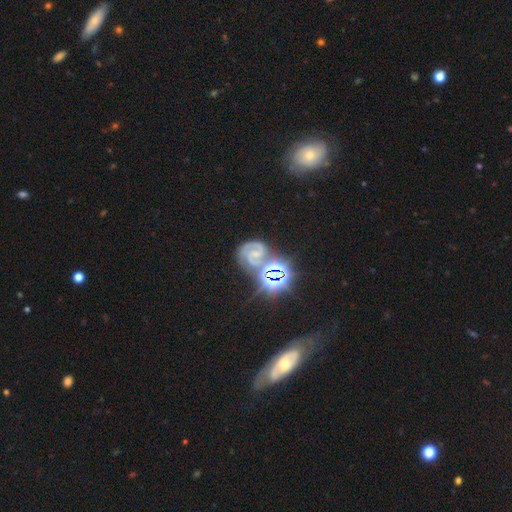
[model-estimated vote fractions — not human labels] featured or disk 61%, star or artifact 27%, smooth 12%. Down the decision tree: edge-on disk — no (97%); bar — no (41%); spiral arms — yes (94%); spiral arm count — 2 (73%); spiral winding — tight (48%); bulge size — small (60%); merging — none (57%).